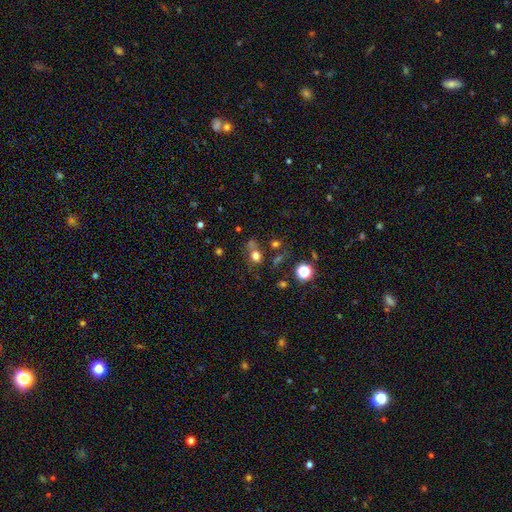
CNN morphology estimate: A smooth galaxy with no disk features (69%) that is round (60%).

Vote fractions:
- Smooth or featured? smooth: 69% / star or artifact: 20% / featured or disk: 11%
- How rounded? round: 60% / in between: 38% / cigar-shaped: 2%
- Merging? none: 52% / merger: 19% / minor disturbance: 17% / major disturbance: 11%